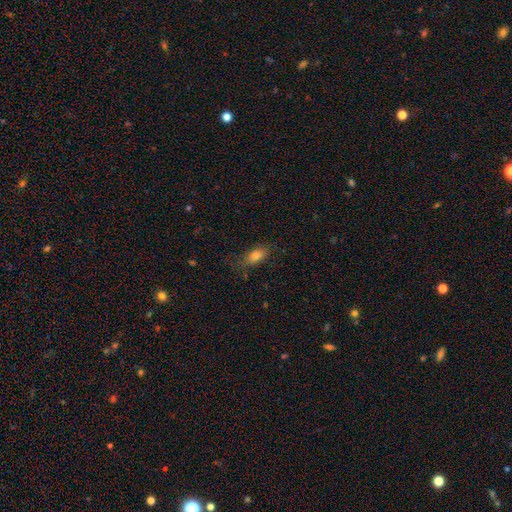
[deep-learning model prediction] The model was most divided on "merging": none: 69%, minor disturbance: 21%, major disturbance: 8%, merger: 2%. More confident: how rounded — in between (80%); smooth or featured — smooth (77%).